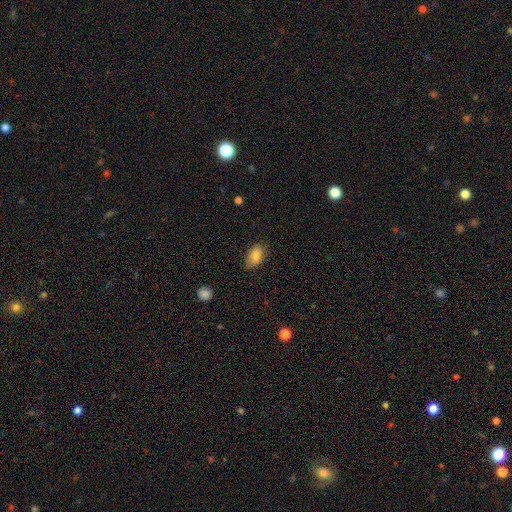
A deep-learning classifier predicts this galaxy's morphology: Smooth or featured: smooth — 84% (featured or disk — 8%)
How rounded: in between — 91% (round — 7%)
Merging: none — 78% (minor disturbance — 18%)